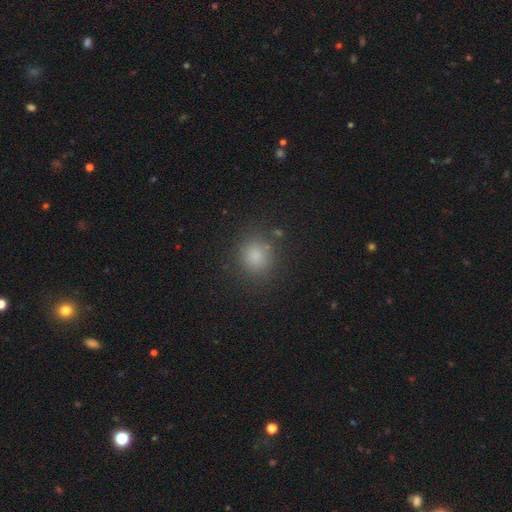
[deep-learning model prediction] This is clearly a smooth galaxy (82%). How rounded: clearly round (85%). Merging: clearly none (83%).